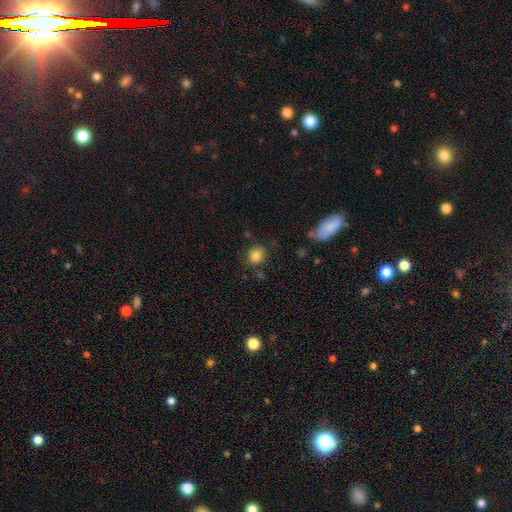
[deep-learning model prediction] Q: Smooth or featured?
A: smooth (85%); runner-up: star or artifact (10%)
Q: How rounded?
A: round (80%); runner-up: in between (19%)
Q: Merging?
A: none (80%); runner-up: minor disturbance (12%)